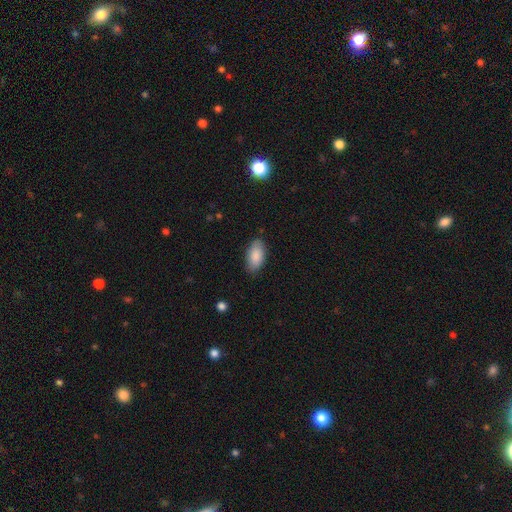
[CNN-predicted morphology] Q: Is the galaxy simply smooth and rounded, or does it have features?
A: smooth — 86%.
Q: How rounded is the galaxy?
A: in between — 94%.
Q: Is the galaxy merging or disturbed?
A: none — 83%.